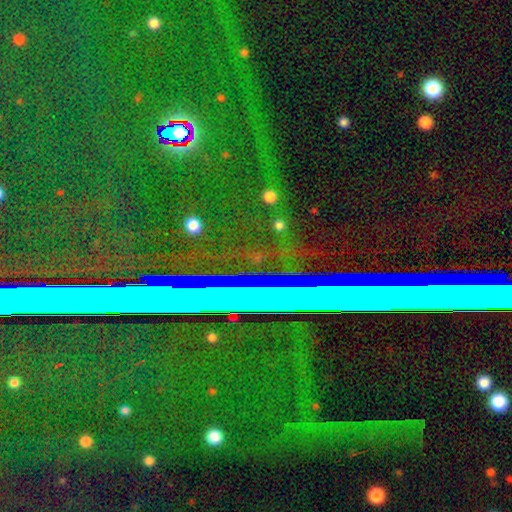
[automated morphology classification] This appears to be a star or artifact, not a galaxy (81%).